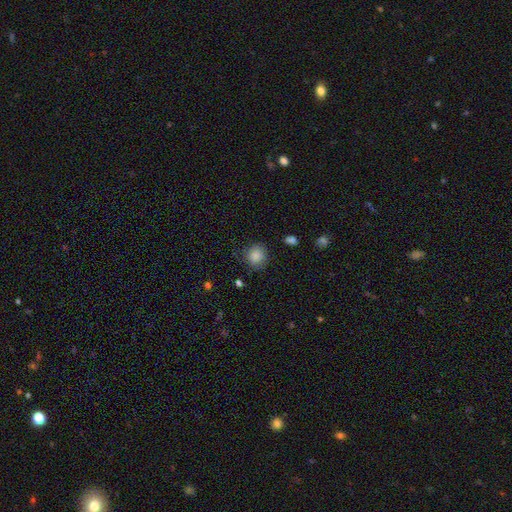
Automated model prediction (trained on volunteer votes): Overall: smooth (86%). How rounded: round (85%). Merging: none (81%).